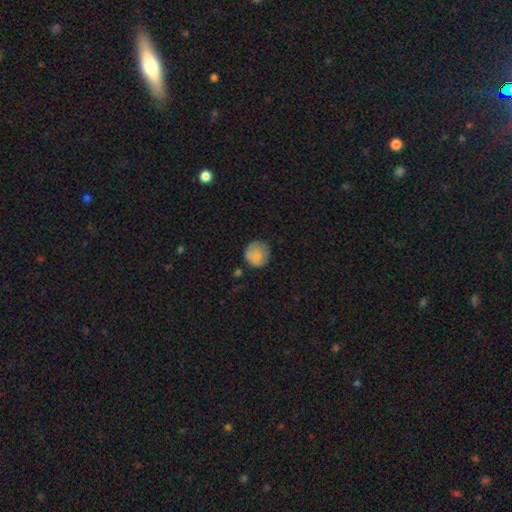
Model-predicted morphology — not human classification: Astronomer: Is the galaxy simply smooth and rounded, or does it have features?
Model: smooth — 76%.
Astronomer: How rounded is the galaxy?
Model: round — 91%.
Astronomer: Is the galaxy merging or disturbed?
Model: none — 70%.